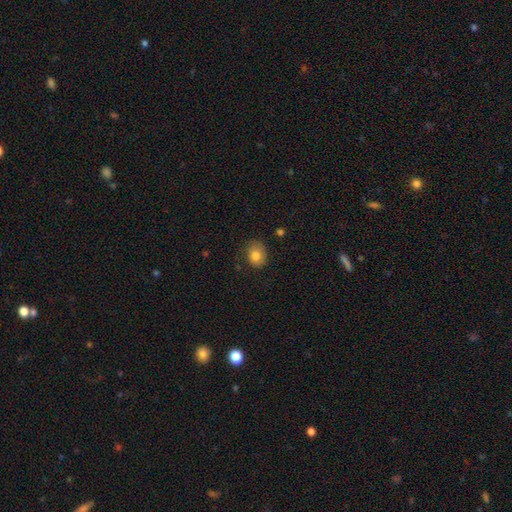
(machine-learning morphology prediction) Q: Smooth or featured?
A: smooth (80%); runner-up: featured or disk (11%)
Q: How rounded?
A: round (52%); runner-up: in between (48%)
Q: Merging?
A: none (73%); runner-up: minor disturbance (20%)